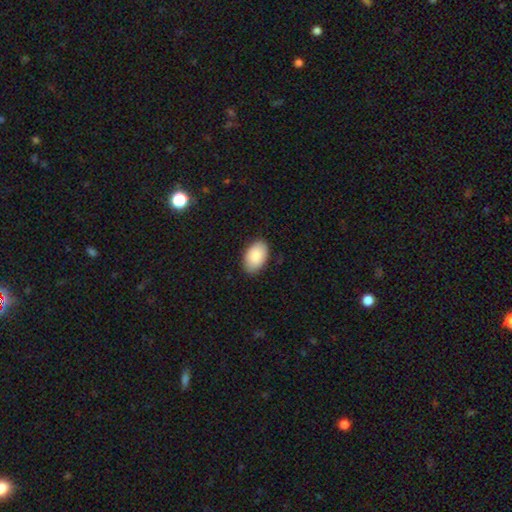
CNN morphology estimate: Smooth or featured? Predicted: smooth (p=0.89). How rounded? Predicted: in between (p=0.93). Merging? Predicted: none (p=0.85).